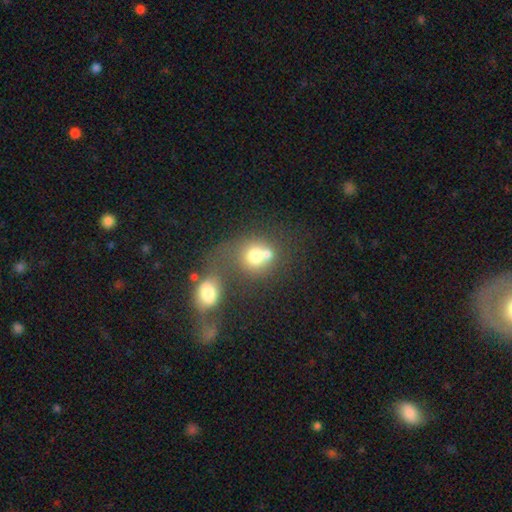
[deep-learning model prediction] Morphology: type=smooth (69%); roundness=round (74%); merging=merger (55%).